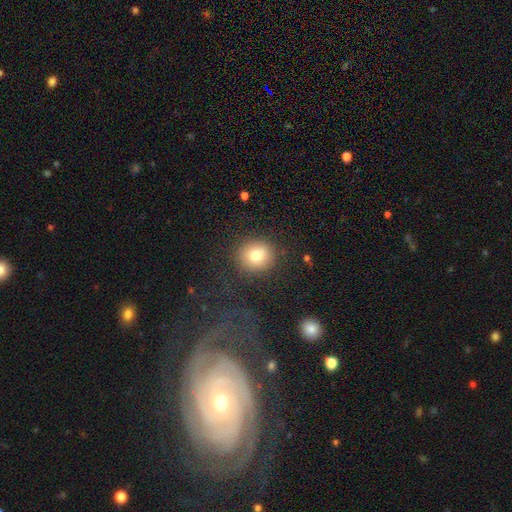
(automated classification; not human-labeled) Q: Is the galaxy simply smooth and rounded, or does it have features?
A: smooth — 77%.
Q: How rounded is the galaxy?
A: round — 88%.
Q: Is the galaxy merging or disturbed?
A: none — 83%.